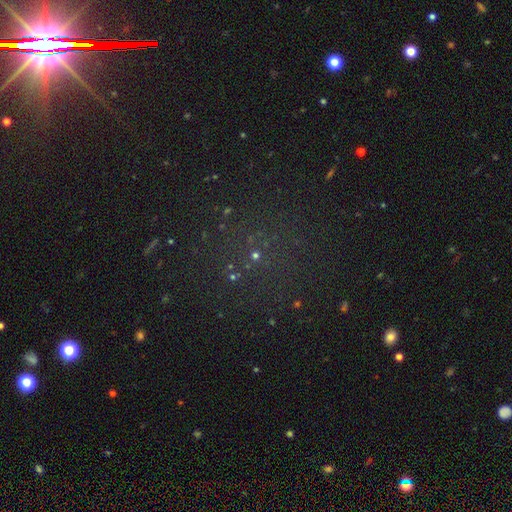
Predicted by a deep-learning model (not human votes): Smooth or featured?
  - star or artifact: 52% *
  - smooth: 38%
  - featured or disk: 10%